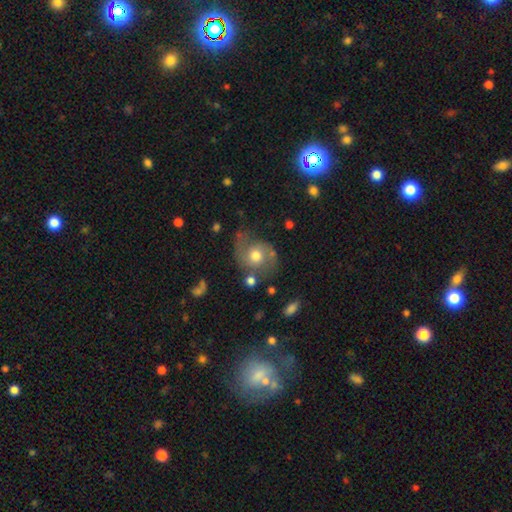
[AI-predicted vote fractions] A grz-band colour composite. It shows a featured or disk galaxy (56%) with no bar (74%), spiral arms (78%) and a moderate central bulge (70%). Merging: none (52%).